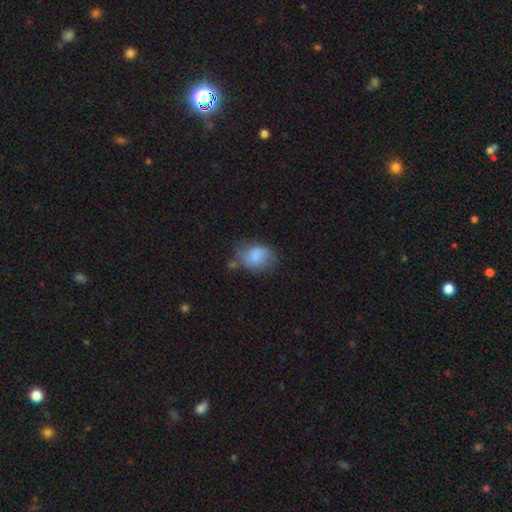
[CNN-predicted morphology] Smooth or featured? Predicted: smooth (p=0.75). How rounded? Predicted: in between (p=0.61). Merging? Predicted: none (p=0.42).